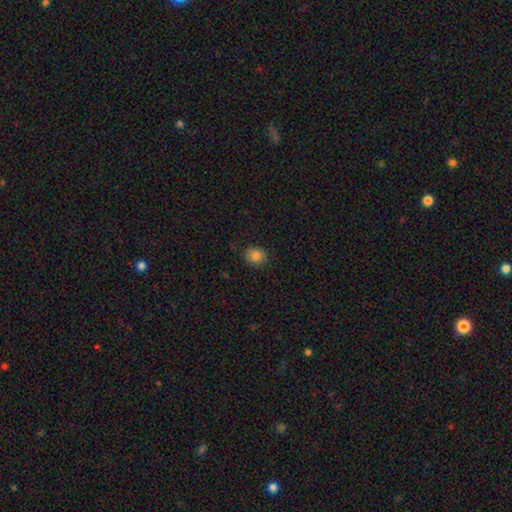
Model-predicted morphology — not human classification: type=smooth (84%); roundness=round (74%); merging=none (88%).